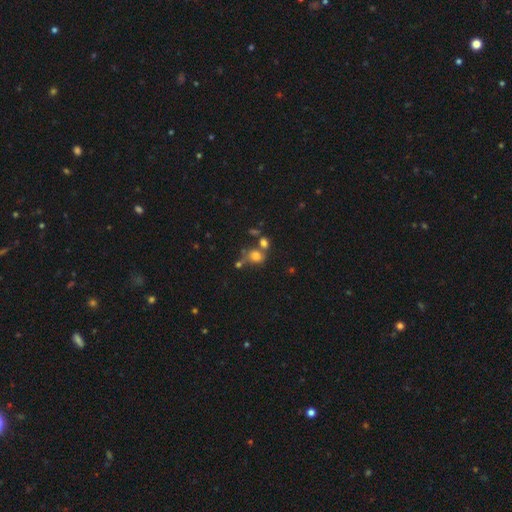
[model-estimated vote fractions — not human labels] smooth-or-featured: smooth: 73% | star or artifact: 15% | featured or disk: 12%
  how-rounded: round: 71% | in between: 28% | cigar-shaped: 1%
  merging: none: 47% | merger: 32% | minor disturbance: 13% | major disturbance: 8%